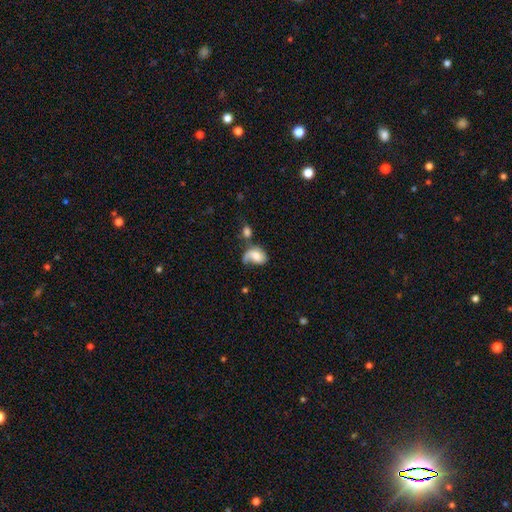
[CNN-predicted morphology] type=smooth (51%); roundness=in between (77%); merging=major disturbance (29%).